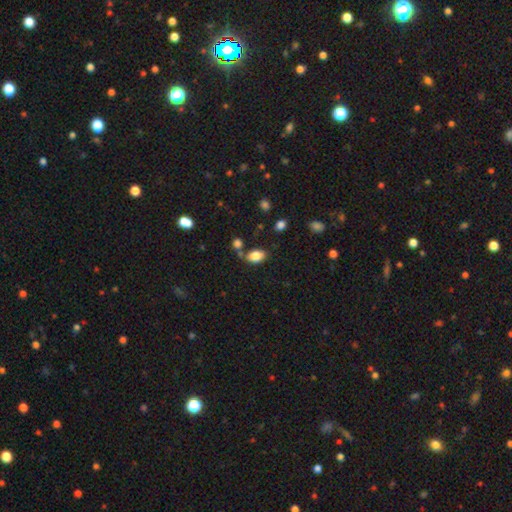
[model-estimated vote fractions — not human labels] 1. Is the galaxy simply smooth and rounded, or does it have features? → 84% smooth, 9% star or artifact, 7% featured or disk.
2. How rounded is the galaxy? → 87% in between, 12% round, 1% cigar-shaped.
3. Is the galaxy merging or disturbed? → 67% none, 15% minor disturbance, 14% merger, 4% major disturbance.